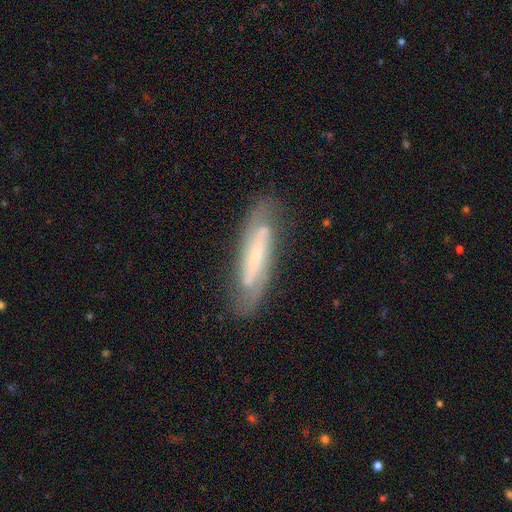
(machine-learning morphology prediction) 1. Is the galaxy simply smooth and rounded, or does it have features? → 65% featured or disk, 28% smooth, 7% star or artifact.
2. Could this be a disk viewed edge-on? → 64% no, 36% yes.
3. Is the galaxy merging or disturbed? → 75% none, 17% minor disturbance, 6% major disturbance, 2% merger.